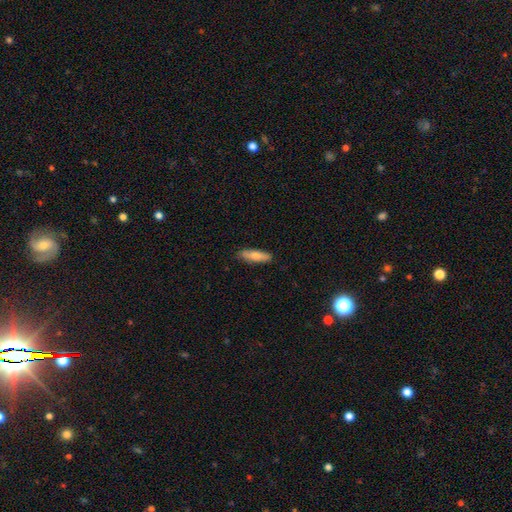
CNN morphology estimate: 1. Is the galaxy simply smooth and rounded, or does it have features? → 75% smooth, 19% featured or disk, 6% star or artifact.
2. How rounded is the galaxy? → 63% cigar-shaped, 36% in between, 2% round.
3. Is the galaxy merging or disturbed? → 85% none, 12% minor disturbance, 2% major disturbance, 1% merger.